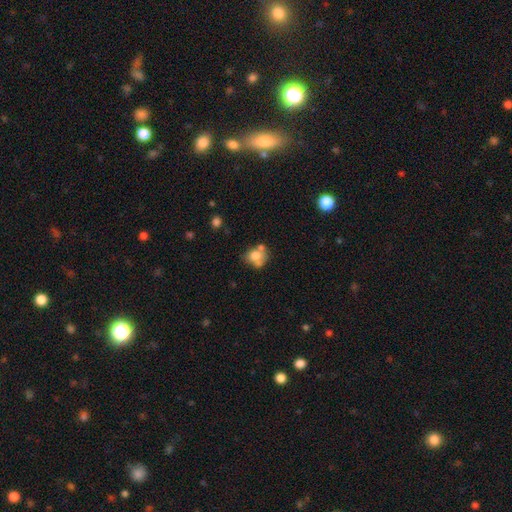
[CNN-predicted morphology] Q: Smooth or featured?
A: smooth (69%); runner-up: featured or disk (21%)
Q: How rounded?
A: round (58%); runner-up: in between (41%)
Q: Merging?
A: none (36%); runner-up: merger (35%)